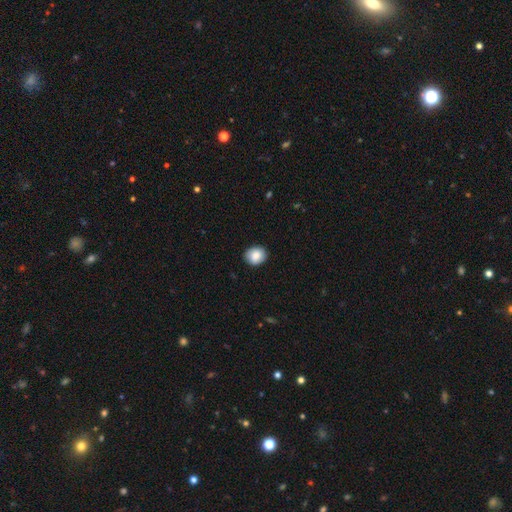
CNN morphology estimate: type=smooth (84%); roundness=round (62%); merging=none (88%).